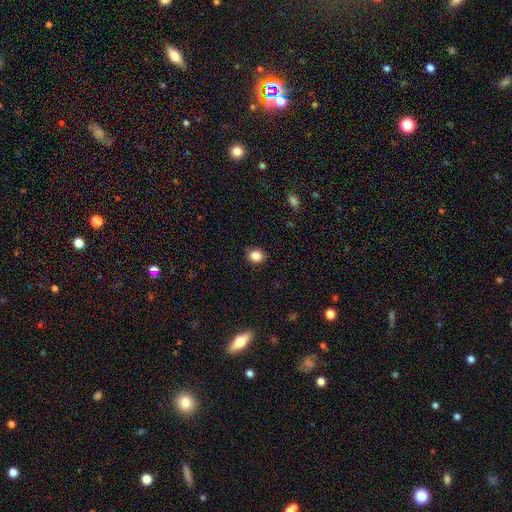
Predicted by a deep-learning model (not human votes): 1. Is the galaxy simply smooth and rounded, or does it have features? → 86% smooth, 10% star or artifact, 4% featured or disk.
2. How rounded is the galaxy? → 68% round, 31% in between, 1% cigar-shaped.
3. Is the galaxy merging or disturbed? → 88% none, 8% minor disturbance, 2% major disturbance, 1% merger.